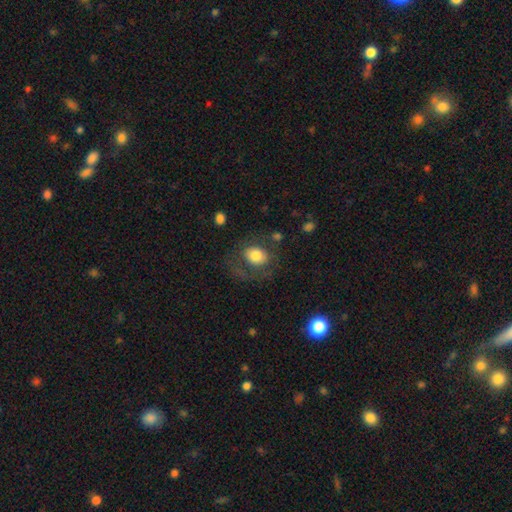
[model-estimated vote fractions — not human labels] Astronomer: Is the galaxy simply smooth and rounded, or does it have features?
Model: smooth — 71%.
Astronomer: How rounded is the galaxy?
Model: in between — 50% (runner-up: round, 49%).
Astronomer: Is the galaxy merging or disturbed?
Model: none — 56%.